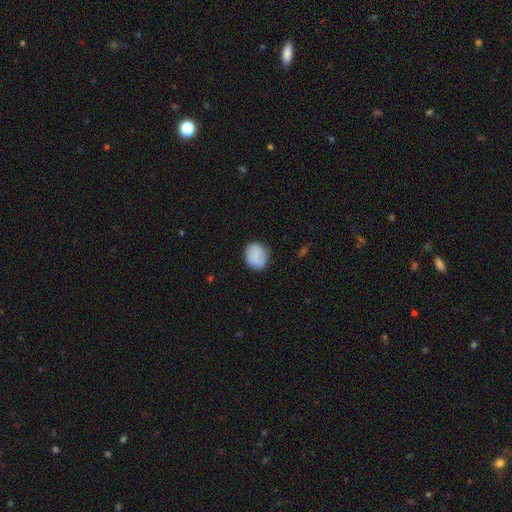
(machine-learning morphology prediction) smooth 74%, featured or disk 18%, star or artifact 8%. Down the decision tree: how rounded — round (63%); merging — none (80%).